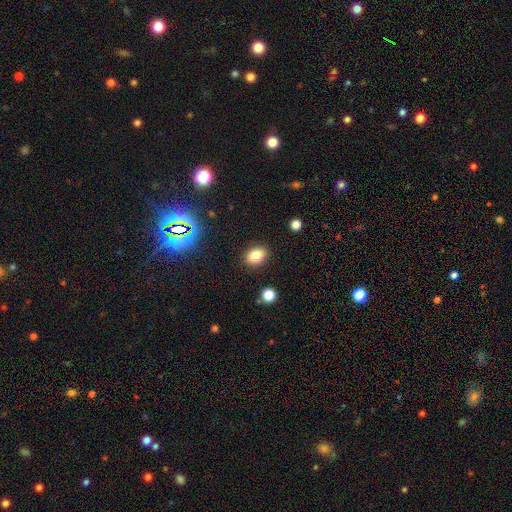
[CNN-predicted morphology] A smooth galaxy with no disk features (82%) that is in between round and cigar-shaped (75%). Merging: none (87%).